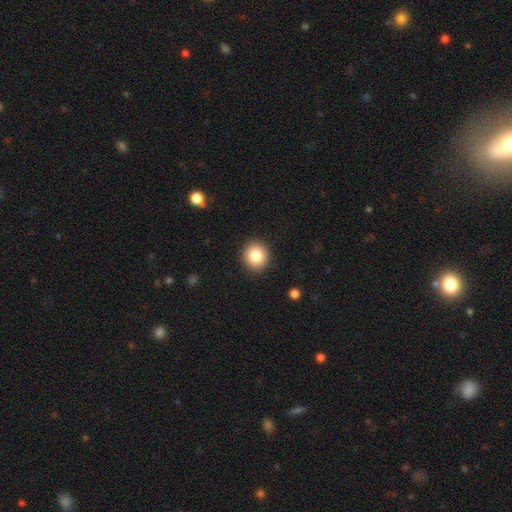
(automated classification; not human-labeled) Q: Smooth or featured?
A: smooth (84%); runner-up: star or artifact (9%)
Q: How rounded?
A: round (82%); runner-up: in between (17%)
Q: Merging?
A: none (91%); runner-up: minor disturbance (6%)